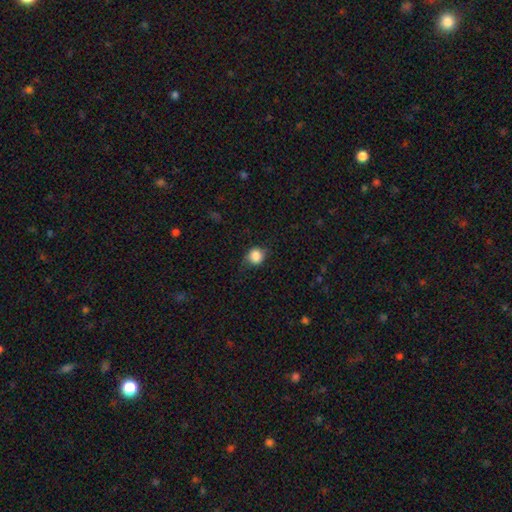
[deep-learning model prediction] The model was most divided on "merging": none: 68%, minor disturbance: 23%, major disturbance: 7%, merger: 1%. More confident: smooth or featured — smooth (84%); how rounded — round (76%).